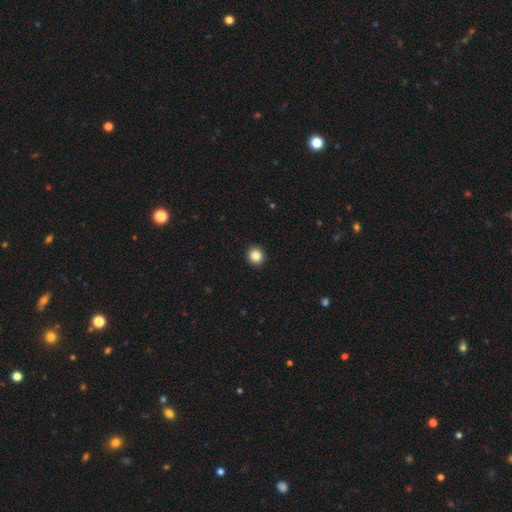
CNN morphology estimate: A smooth galaxy with no disk features (84%) that is round (92%). Merging: none (94%).